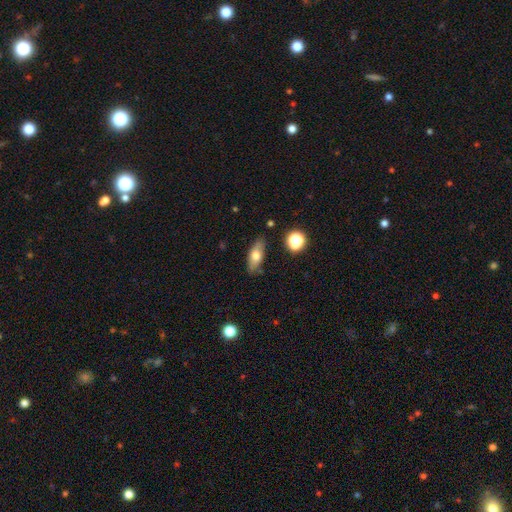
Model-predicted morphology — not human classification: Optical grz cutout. It shows a smooth galaxy with no disk features (65%) that is in between round and cigar-shaped (72%). Merging: none (81%).